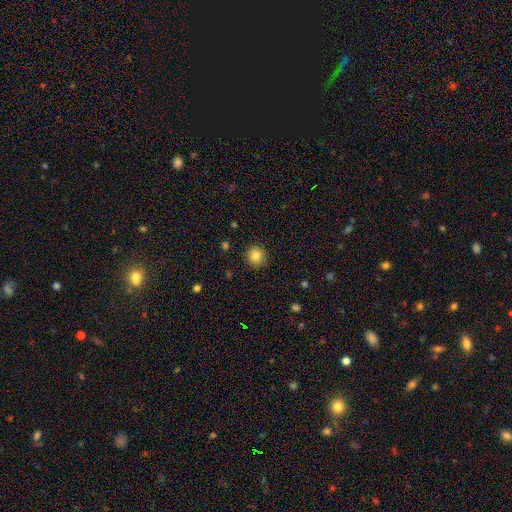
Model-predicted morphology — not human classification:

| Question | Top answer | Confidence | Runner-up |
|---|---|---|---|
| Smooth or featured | smooth | 83% | star or artifact (10%) |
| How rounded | round | 94% | in between (5%) |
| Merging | none | 90% | minor disturbance (7%) |